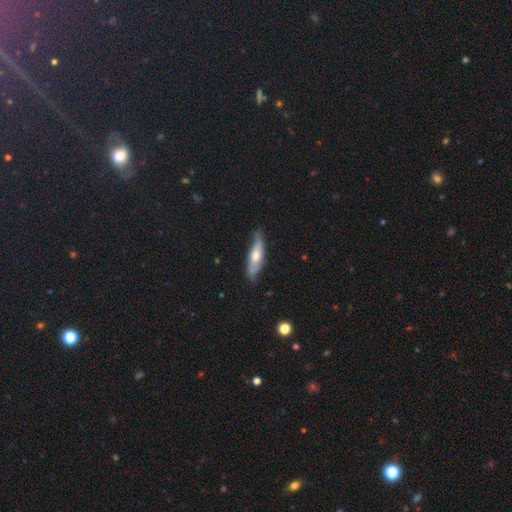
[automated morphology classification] The model was most divided on "smooth or featured": smooth: 50%, featured or disk: 45%, star or artifact: 6%. More confident: merging — none (64%).